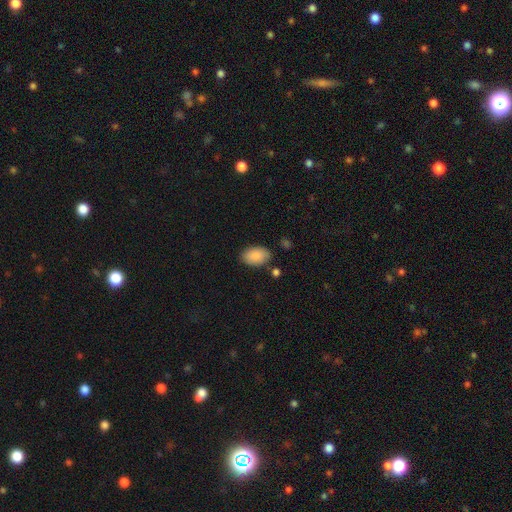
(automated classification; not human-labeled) A smooth galaxy with no disk features (89%) that is in between round and cigar-shaped (92%).

Vote fractions:
- Smooth or featured? smooth: 89% / star or artifact: 6% / featured or disk: 5%
- How rounded? in between: 92% / round: 7% / cigar-shaped: 1%
- Merging? none: 82% / minor disturbance: 12% / merger: 3% / major disturbance: 3%